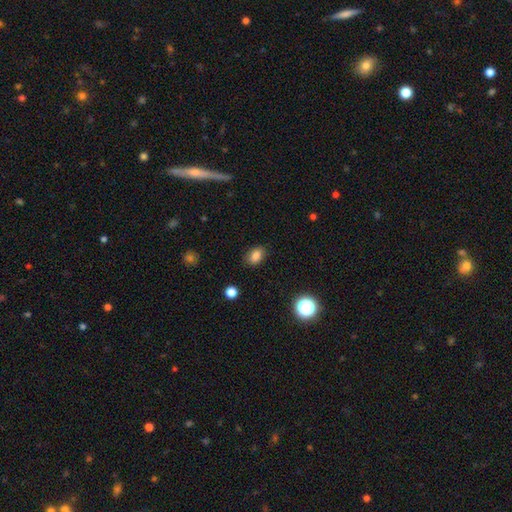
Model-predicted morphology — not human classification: The model was most divided on "how rounded": in between: 81%, round: 17%, cigar-shaped: 2%. More confident: merging — none (85%); smooth or featured — smooth (83%).